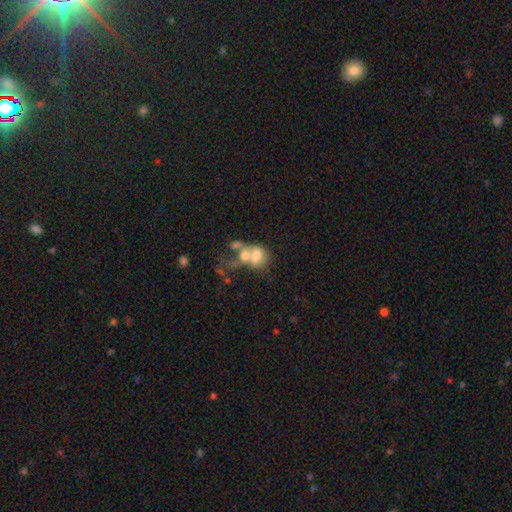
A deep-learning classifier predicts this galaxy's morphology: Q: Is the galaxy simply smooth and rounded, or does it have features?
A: smooth — 55%.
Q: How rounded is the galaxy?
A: in between — 64%.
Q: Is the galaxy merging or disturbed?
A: merger — 69%.